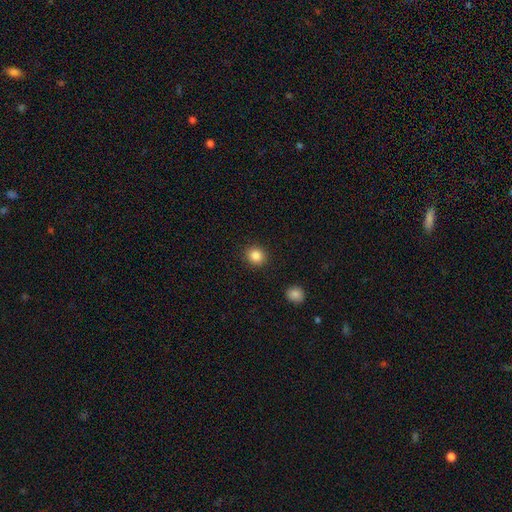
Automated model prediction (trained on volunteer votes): Smooth or featured? Predicted: smooth (p=0.86). How rounded? Predicted: round (p=0.82). Merging? Predicted: none (p=0.90).